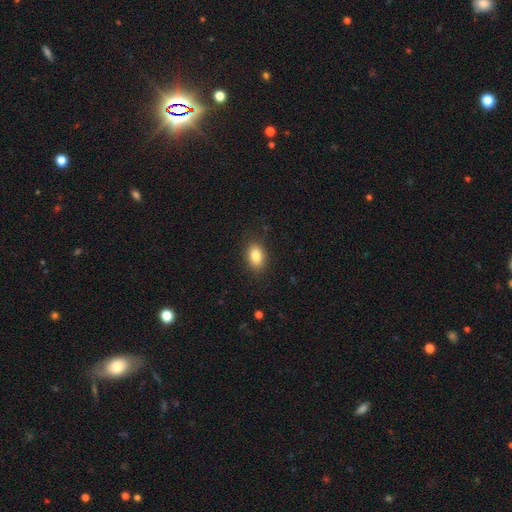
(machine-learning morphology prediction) A smooth galaxy with no disk features (84%) that is in between round and cigar-shaped (86%).

Vote fractions:
- Smooth or featured? smooth: 84% / star or artifact: 8% / featured or disk: 8%
- How rounded? in between: 86% / round: 12% / cigar-shaped: 2%
- Merging? none: 86% / minor disturbance: 10% / major disturbance: 3% / merger: 1%